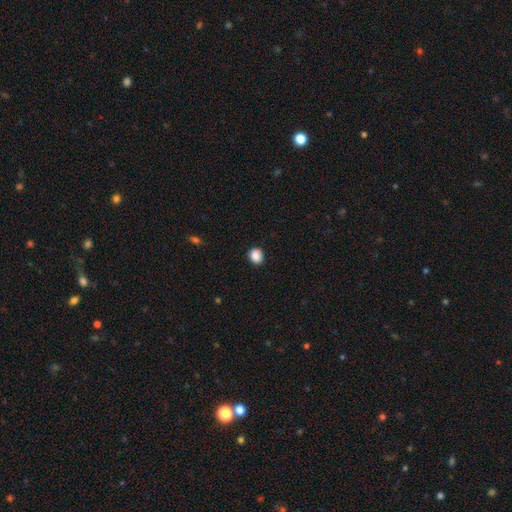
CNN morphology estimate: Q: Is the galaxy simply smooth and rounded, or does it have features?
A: smooth — 88%.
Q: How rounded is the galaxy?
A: round — 73%.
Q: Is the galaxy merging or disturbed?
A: none — 90%.